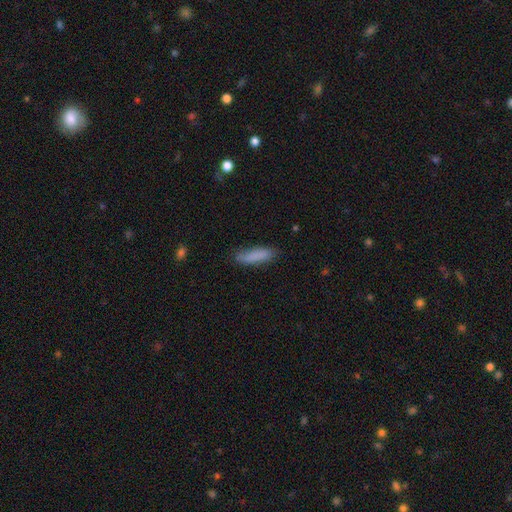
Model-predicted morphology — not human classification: Smooth or featured?
  - smooth: 84% *
  - featured or disk: 9%
  - star or artifact: 7%
How rounded?
  - cigar-shaped: 67% *
  - in between: 31%
  - round: 2%
Merging?
  - none: 76% *
  - minor disturbance: 18%
  - major disturbance: 4%
  - merger: 2%